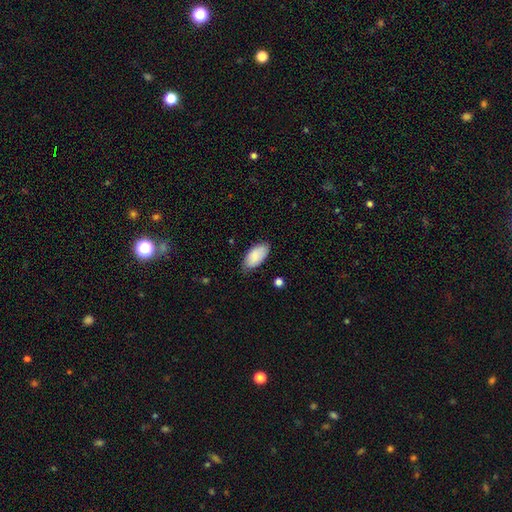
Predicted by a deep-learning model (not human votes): Smooth or featured: smooth — 88% (featured or disk — 7%)
How rounded: in between — 95% (cigar-shaped — 3%)
Merging: none — 78% (minor disturbance — 18%)